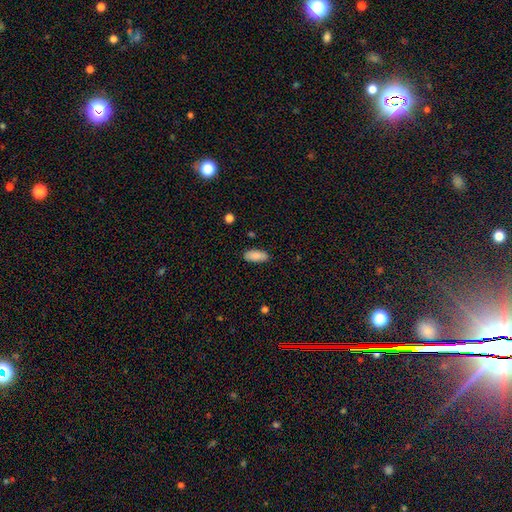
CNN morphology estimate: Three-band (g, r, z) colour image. It shows a smooth galaxy with no disk features (86%) that is in between round and cigar-shaped (90%). Merging: none (86%).